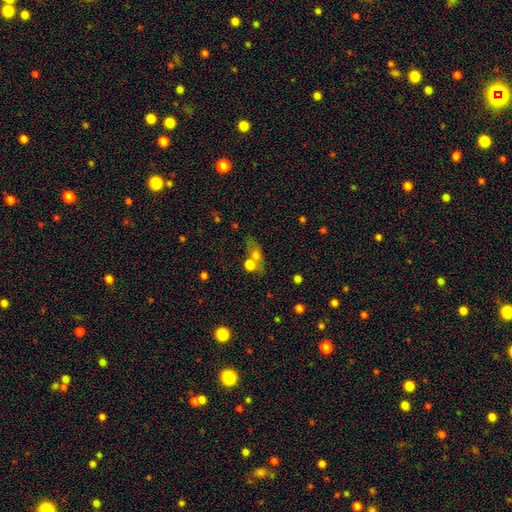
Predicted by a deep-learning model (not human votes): Smooth or featured?
  - smooth: 61% *
  - featured or disk: 20%
  - star or artifact: 19%
How rounded?
  - round: 49% *
  - in between: 43%
  - cigar-shaped: 7%
Merging?
  - merger: 46% *
  - none: 37%
  - minor disturbance: 10%
  - major disturbance: 7%